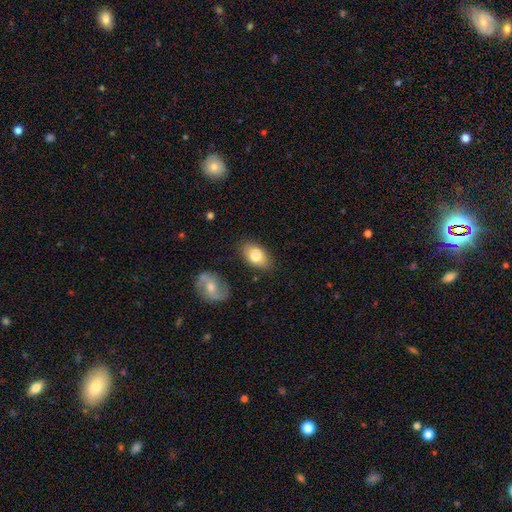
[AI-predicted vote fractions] smooth 78%, featured or disk 15%, star or artifact 7%. Down the decision tree: how rounded — in between (90%); merging — none (82%).